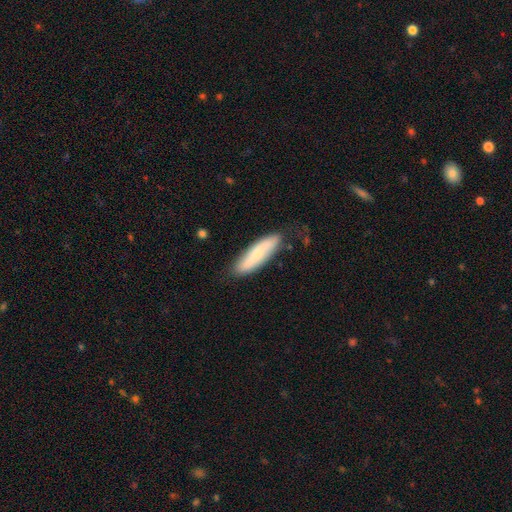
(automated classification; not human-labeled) A smooth galaxy with no disk features (65%) that is cigar-shaped (67%).

Vote fractions:
- Smooth or featured? smooth: 65% / featured or disk: 29% / star or artifact: 6%
- How rounded? cigar-shaped: 67% / in between: 31% / round: 2%
- Merging? none: 77% / minor disturbance: 17% / major disturbance: 3% / merger: 2%